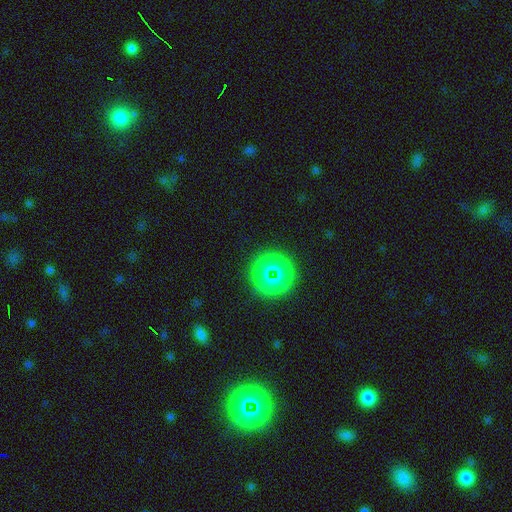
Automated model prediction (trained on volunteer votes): Overall: star or artifact (75%).